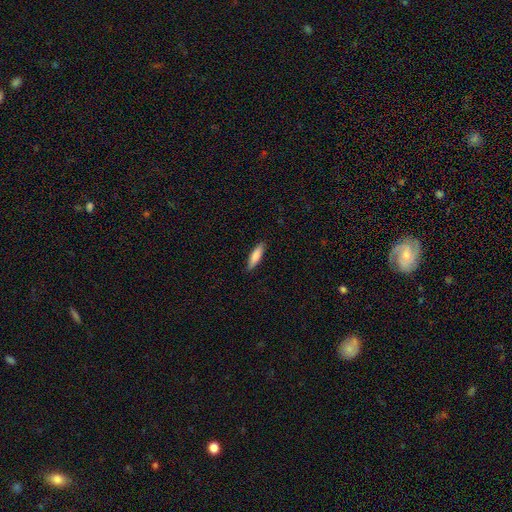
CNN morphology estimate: Smooth or featured: smooth — 81% (featured or disk — 13%)
How rounded: cigar-shaped — 68% (in between — 30%)
Merging: none — 87% (minor disturbance — 10%)